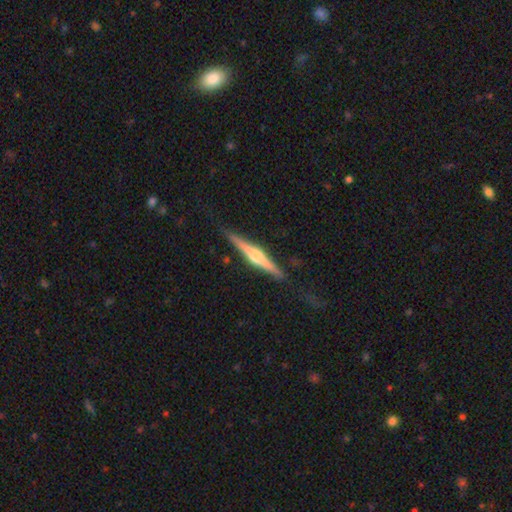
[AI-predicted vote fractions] Morphology: type=featured or disk (77%); edge-on=yes (98%); edge-on bulge=rounded (91%); merging=none (87%).